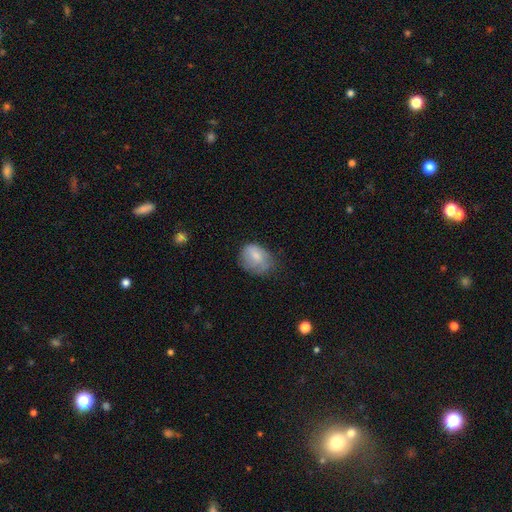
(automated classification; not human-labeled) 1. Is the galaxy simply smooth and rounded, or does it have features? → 73% smooth, 19% featured or disk, 8% star or artifact.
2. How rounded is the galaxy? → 62% in between, 37% round, 1% cigar-shaped.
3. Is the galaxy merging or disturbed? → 46% none, 36% minor disturbance, 16% major disturbance, 2% merger.